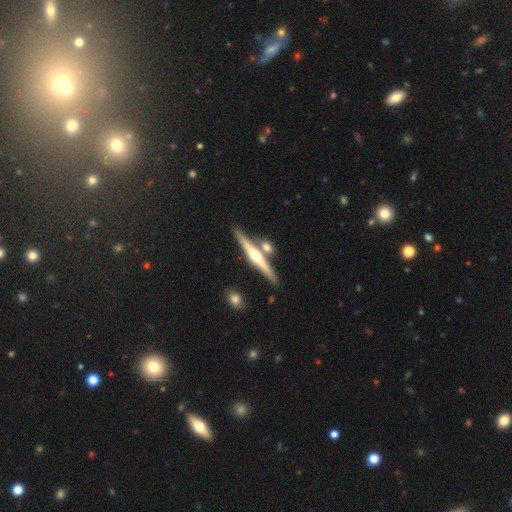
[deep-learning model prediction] The model was most divided on "smooth or featured": featured or disk: 75%, smooth: 20%, star or artifact: 5%. More confident: edge-on disk — yes (97%); edge-on bulge — rounded (92%); merging — none (75%).